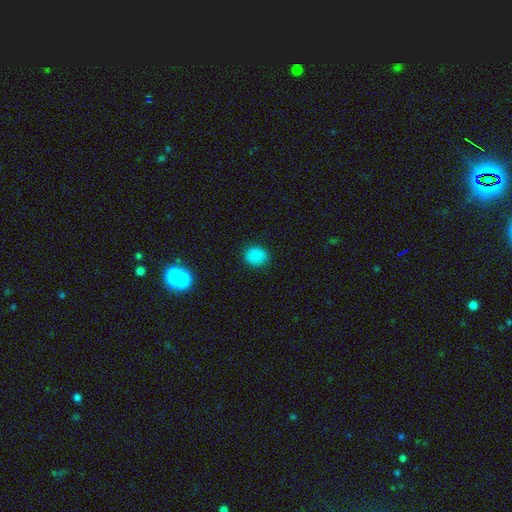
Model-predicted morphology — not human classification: The model was most divided on "how rounded": round: 64%, in between: 35%, cigar-shaped: 1%. More confident: merging — none (88%); smooth or featured — smooth (85%).